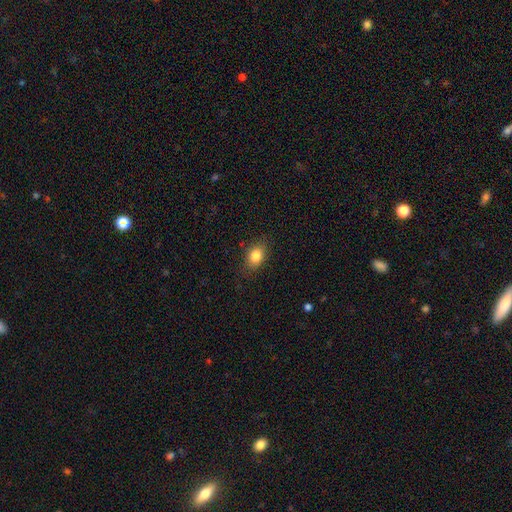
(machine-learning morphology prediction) Smooth or featured? smooth (84%)
How rounded? in between (75%)
Merging? none (82%)